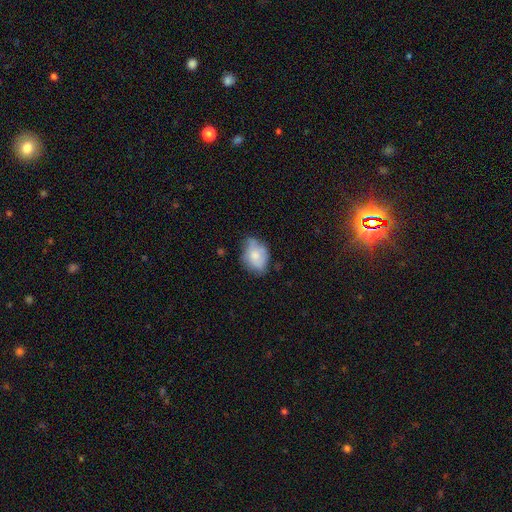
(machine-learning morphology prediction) This is likely a smooth galaxy (70%). How rounded: likely in between (70%). Merging: possibly none (47%).